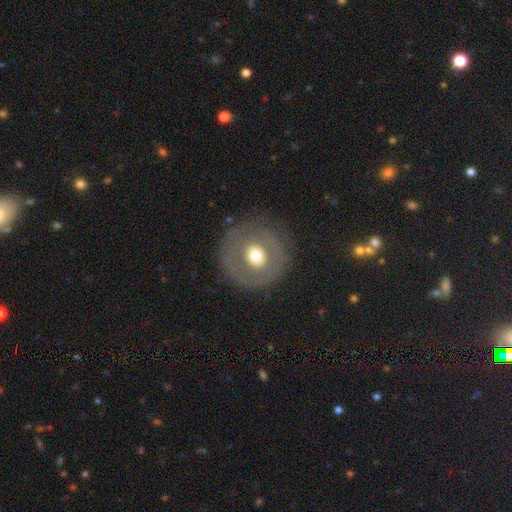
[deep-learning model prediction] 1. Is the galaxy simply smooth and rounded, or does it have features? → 51% smooth, 41% featured or disk, 8% star or artifact.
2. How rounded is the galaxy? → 92% round, 7% in between, 1% cigar-shaped.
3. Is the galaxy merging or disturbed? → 80% none, 11% minor disturbance, 8% major disturbance, 1% merger.